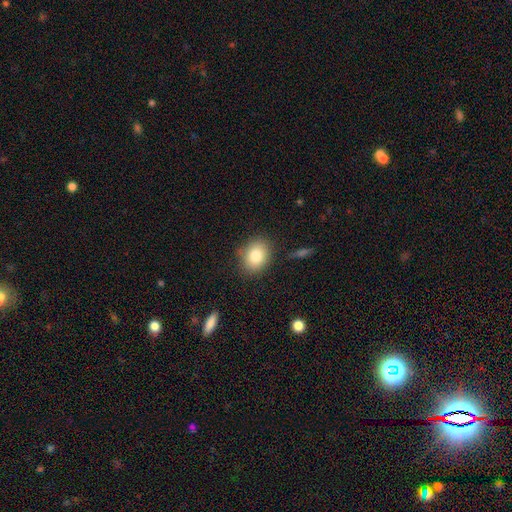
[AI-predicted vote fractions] This is clearly a smooth galaxy (82%). How rounded: possibly in between (51%). Merging: clearly none (83%).